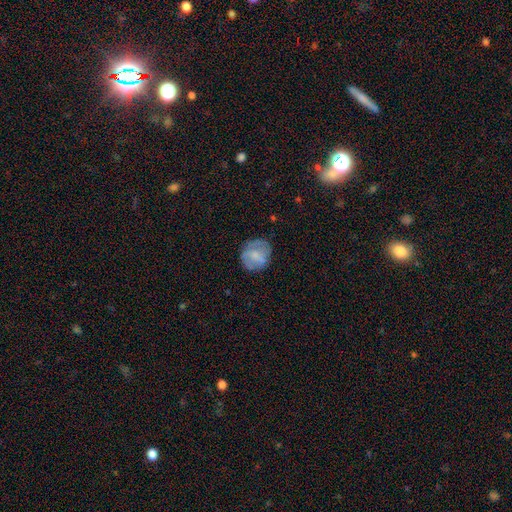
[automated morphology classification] Smooth or featured: smooth — 57% (featured or disk — 35%)
How rounded: round — 77% (in between — 22%)
Merging: none — 68% (minor disturbance — 21%)